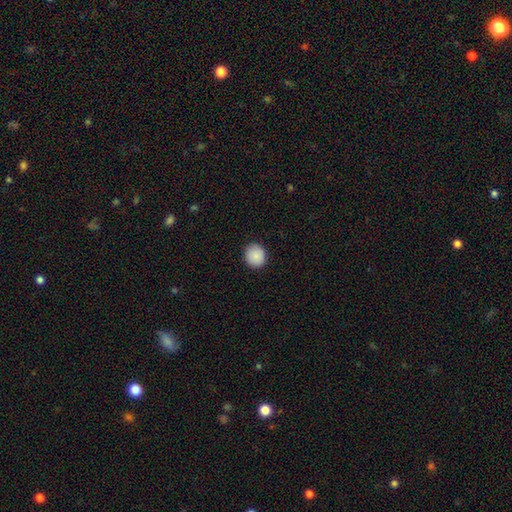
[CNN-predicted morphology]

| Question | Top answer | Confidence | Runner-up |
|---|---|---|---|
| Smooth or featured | smooth | 89% | star or artifact (8%) |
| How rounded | round | 85% | in between (14%) |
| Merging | none | 90% | minor disturbance (7%) |